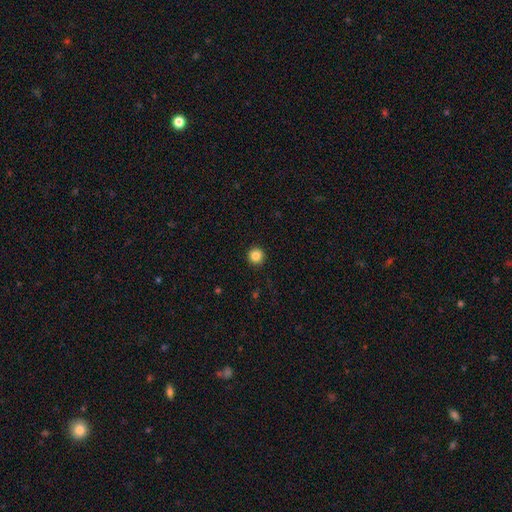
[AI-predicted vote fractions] The model was most divided on "smooth or featured": smooth: 85%, star or artifact: 10%, featured or disk: 4%. More confident: how rounded — round (96%); merging — none (93%).